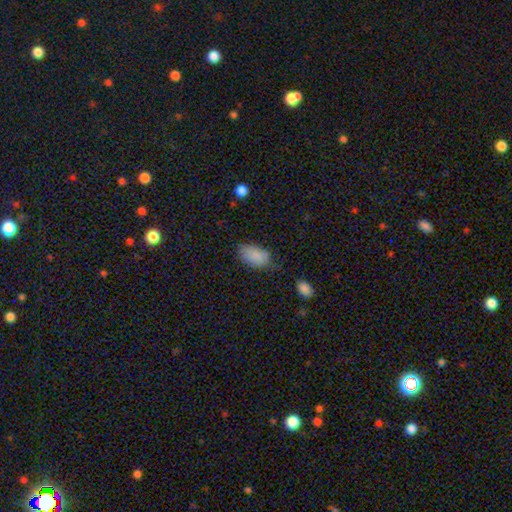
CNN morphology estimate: smooth-or-featured: smooth: 86% | star or artifact: 9% | featured or disk: 6%
  how-rounded: in between: 94% | round: 5% | cigar-shaped: 2%
  merging: none: 59% | minor disturbance: 29% | major disturbance: 8% | merger: 3%